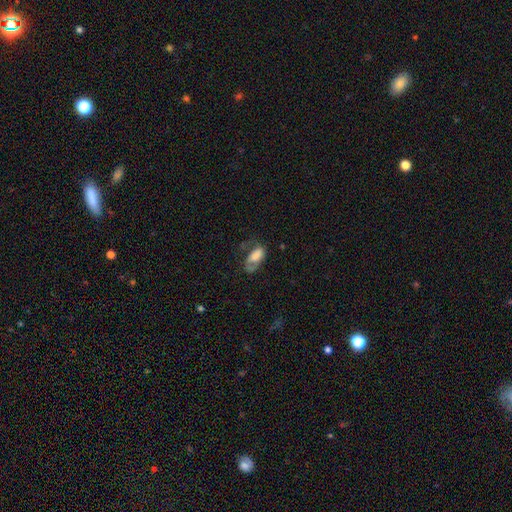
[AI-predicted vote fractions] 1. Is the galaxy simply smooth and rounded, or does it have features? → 64% smooth, 27% featured or disk, 9% star or artifact.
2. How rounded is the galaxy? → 90% in between, 6% cigar-shaped, 4% round.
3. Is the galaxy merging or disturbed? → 37% major disturbance, 33% none, 27% minor disturbance, 3% merger.